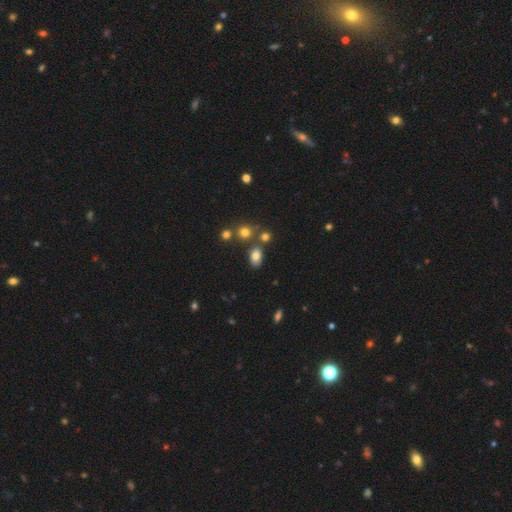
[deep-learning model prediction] Q: Smooth or featured?
A: smooth (78%); runner-up: star or artifact (14%)
Q: How rounded?
A: in between (80%); runner-up: round (19%)
Q: Merging?
A: none (69%); runner-up: merger (14%)